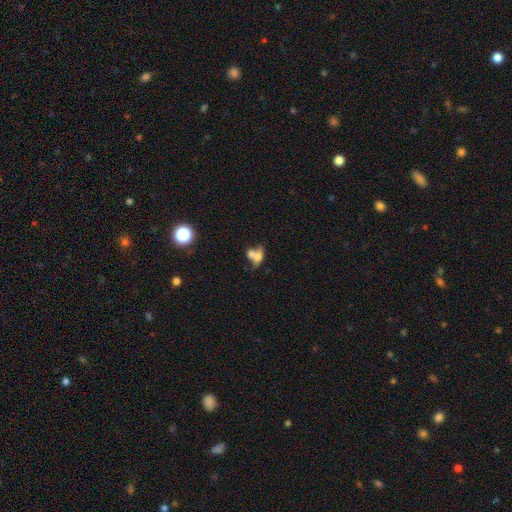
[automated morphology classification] Overall: smooth (60%; featured or disk 28%). How rounded: in between (66%). Merging: merger (61%; none 24%).